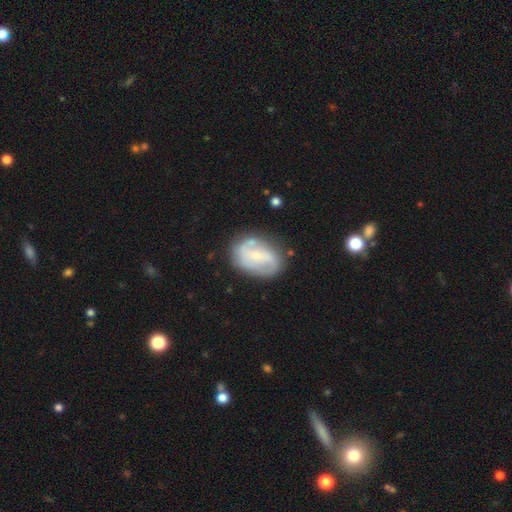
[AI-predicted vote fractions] This appears to be a featured or disk galaxy (64%) with no bar (43%), spiral arms (74%) and a small central bulge (69%). Merging: none (67%).